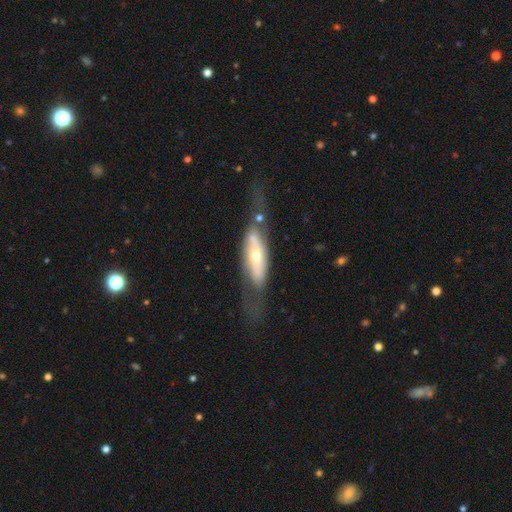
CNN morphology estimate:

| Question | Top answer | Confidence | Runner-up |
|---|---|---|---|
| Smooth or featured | featured or disk | 60% | smooth (34%) |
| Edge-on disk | no | 63% | yes (37%) |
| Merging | none | 50% | major disturbance (22%) |